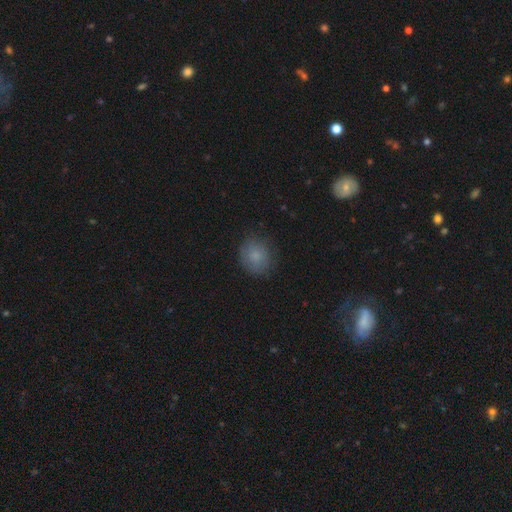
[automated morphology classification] Q: Smooth or featured?
A: smooth (77%); runner-up: featured or disk (15%)
Q: How rounded?
A: round (74%); runner-up: in between (25%)
Q: Merging?
A: none (77%); runner-up: minor disturbance (17%)